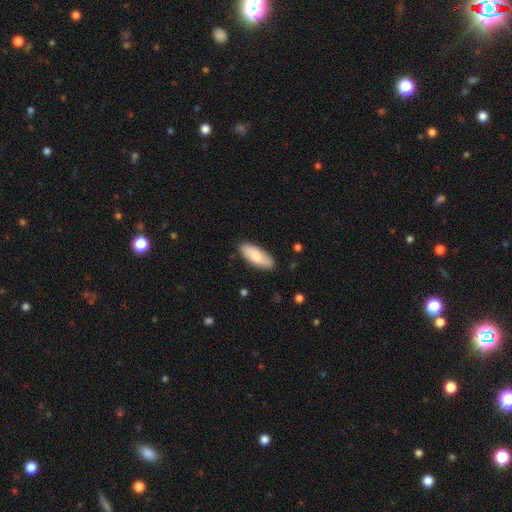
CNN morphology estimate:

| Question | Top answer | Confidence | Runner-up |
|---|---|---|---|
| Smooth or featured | smooth | 75% | featured or disk (19%) |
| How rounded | in between | 77% | cigar-shaped (21%) |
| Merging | none | 86% | minor disturbance (11%) |